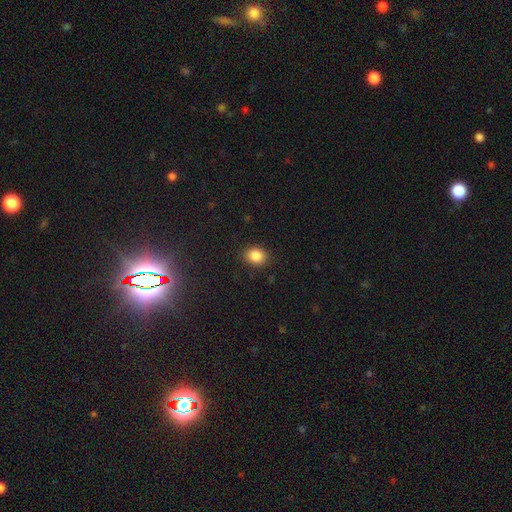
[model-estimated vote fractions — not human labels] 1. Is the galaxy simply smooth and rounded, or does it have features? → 86% smooth, 10% star or artifact, 4% featured or disk.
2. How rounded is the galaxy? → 57% round, 42% in between, 1% cigar-shaped.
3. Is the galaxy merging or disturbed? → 87% none, 9% minor disturbance, 3% major disturbance, 1% merger.